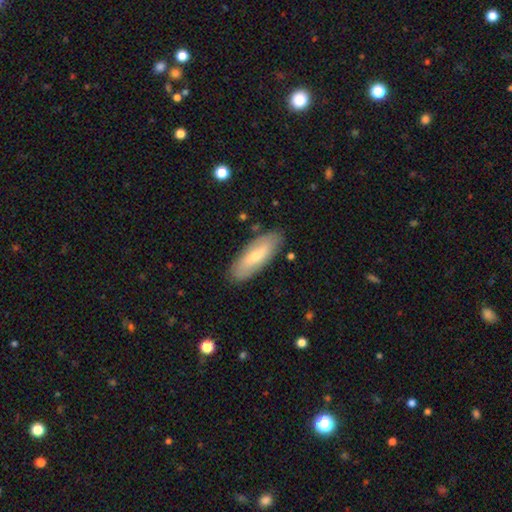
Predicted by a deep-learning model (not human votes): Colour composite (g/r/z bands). It shows a smooth galaxy with no disk features (58%) that is in between round and cigar-shaped (65%). Merging: none (84%).